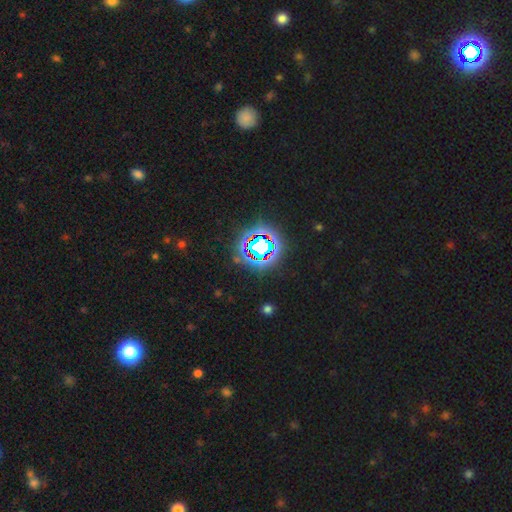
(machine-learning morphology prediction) Smooth or featured? Predicted: star or artifact (p=0.79).